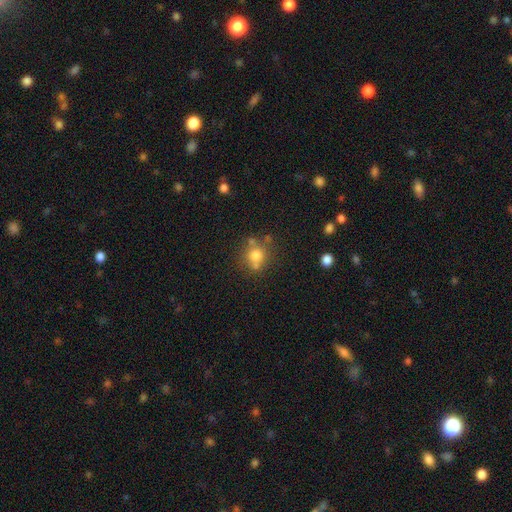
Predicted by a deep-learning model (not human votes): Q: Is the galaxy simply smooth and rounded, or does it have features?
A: smooth — 72%.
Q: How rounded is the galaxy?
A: round — 84%.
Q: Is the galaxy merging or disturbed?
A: none — 59%.